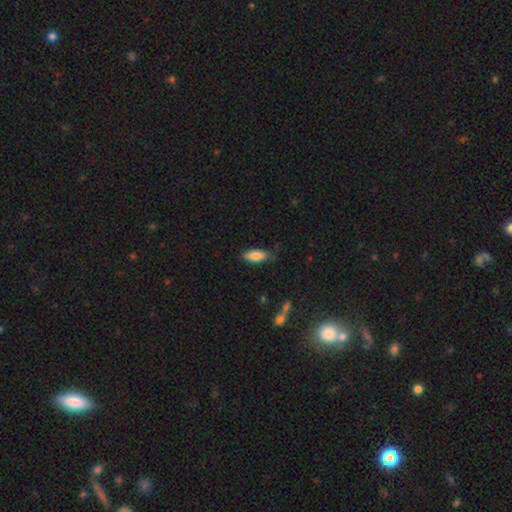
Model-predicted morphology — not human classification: Smooth or featured? Predicted: smooth (p=0.81). How rounded? Predicted: in between (p=0.65). Merging? Predicted: none (p=0.78).